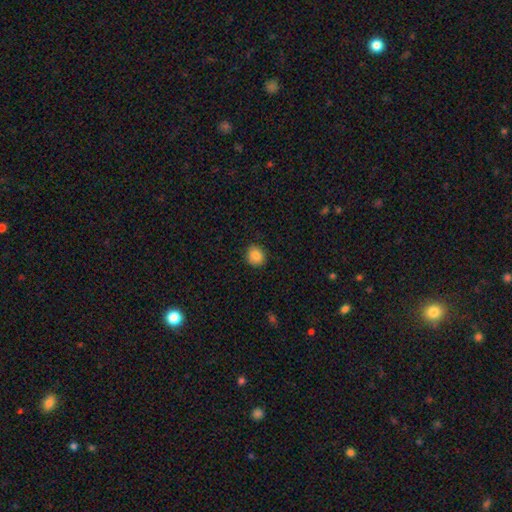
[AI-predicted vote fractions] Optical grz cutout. It shows a smooth galaxy with no disk features (87%) that is round (83%). Merging: none (89%).